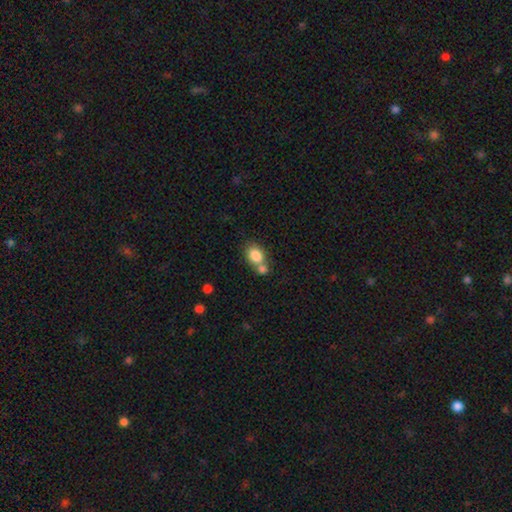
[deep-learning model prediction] Overall: smooth (82%). How rounded: in between (60%; round 38%). Merging: merger (46%; none 40%).